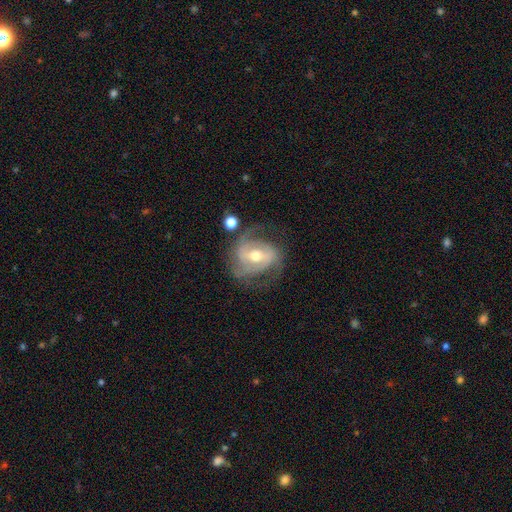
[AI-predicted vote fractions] A featured or disk galaxy (84%) with a weak bar (44%), 2 (56%) medium (47%) spiral arms (93%) and a moderate central bulge (69%).

Vote fractions:
- Smooth or featured? featured or disk: 84% / smooth: 10% / star or artifact: 6%
- Edge-on disk? no: 97% / yes: 3%
- Bar? weak: 44% / strong: 34% / no: 22%
- Spiral arms? yes: 93% / no: 7%
- Spiral winding? medium: 47% / tight: 33% / loose: 21%
- Spiral arm count? 2: 56% / 3: 19% / can't tell: 15% / 1: 5% / 4: 3% / more than 4: 2%
- Bulge size? moderate: 69% / small: 26% / large: 3% / none: 1% / dominant: 1%
- Merging? none: 60% / minor disturbance: 21% / major disturbance: 16% / merger: 4%